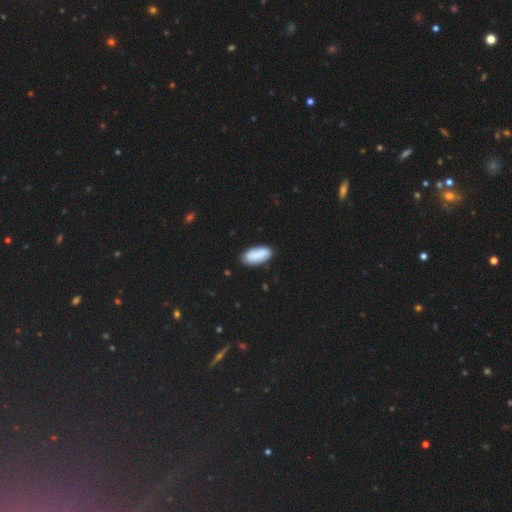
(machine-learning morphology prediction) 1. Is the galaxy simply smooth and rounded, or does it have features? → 85% smooth, 9% featured or disk, 6% star or artifact.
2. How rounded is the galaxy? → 90% in between, 8% cigar-shaped, 2% round.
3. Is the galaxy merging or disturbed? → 84% none, 12% minor disturbance, 2% major disturbance, 2% merger.